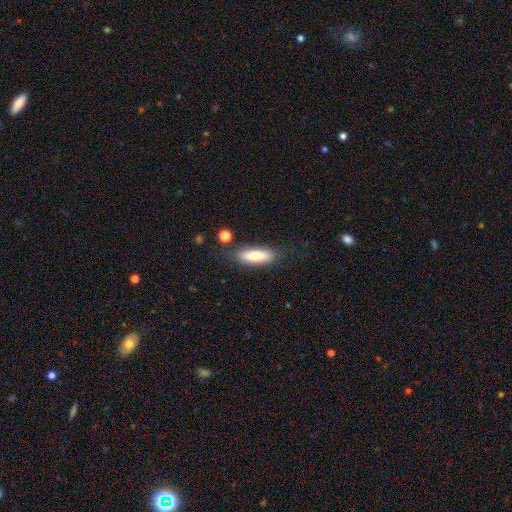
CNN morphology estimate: smooth-or-featured: smooth: 79% | featured or disk: 14% | star or artifact: 7%
  how-rounded: in between: 54% | cigar-shaped: 44% | round: 2%
  merging: none: 78% | minor disturbance: 14% | major disturbance: 4% | merger: 4%